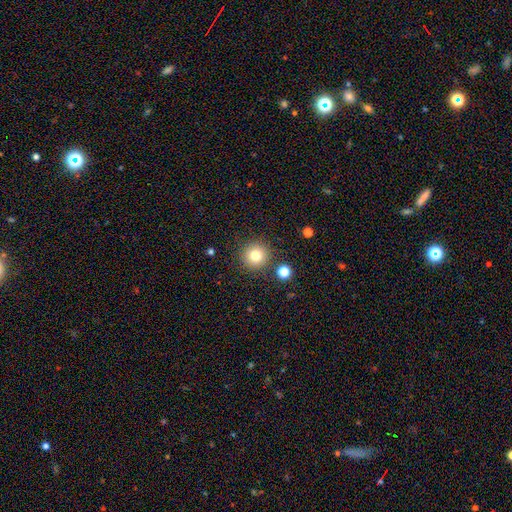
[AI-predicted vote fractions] A smooth galaxy with no disk features (79%) that is round (95%).

Vote fractions:
- Smooth or featured? smooth: 79% / star or artifact: 13% / featured or disk: 9%
- How rounded? round: 95% / in between: 4% / cigar-shaped: 1%
- Merging? none: 87% / minor disturbance: 7% / merger: 4% / major disturbance: 3%